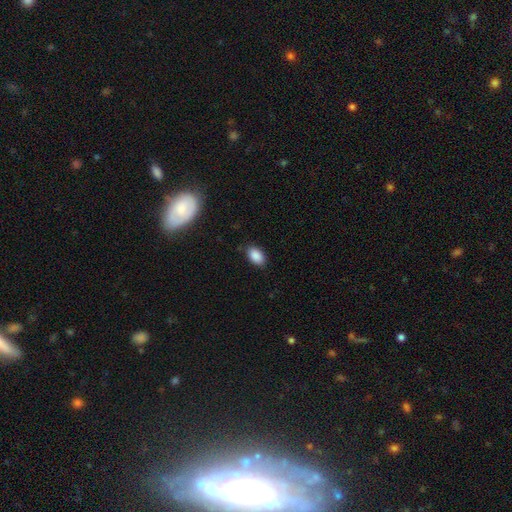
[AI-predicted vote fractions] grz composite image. It shows a smooth galaxy with no disk features (89%) that is in between round and cigar-shaped (91%). Merging: none (84%).